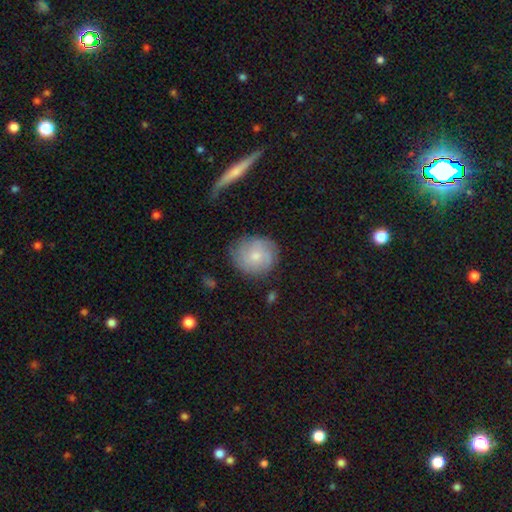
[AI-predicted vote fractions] Smooth or featured? smooth (47%)
Merging? none (75%)